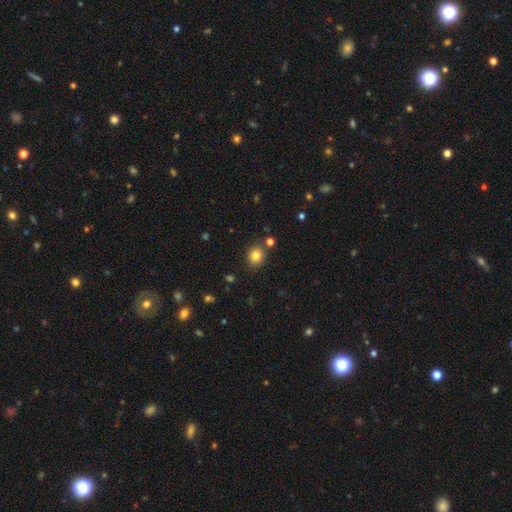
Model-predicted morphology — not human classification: Overall: smooth (81%). How rounded: round (66%; in between 33%). Merging: none (80%).